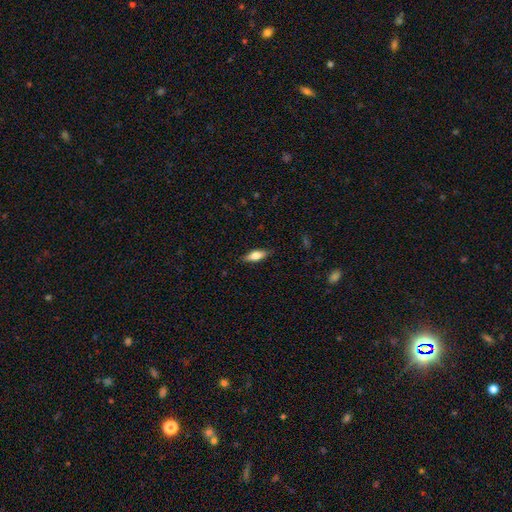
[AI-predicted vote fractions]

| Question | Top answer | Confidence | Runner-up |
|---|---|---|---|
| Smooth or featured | smooth | 70% | featured or disk (23%) |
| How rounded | in between | 68% | cigar-shaped (30%) |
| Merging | none | 86% | minor disturbance (11%) |